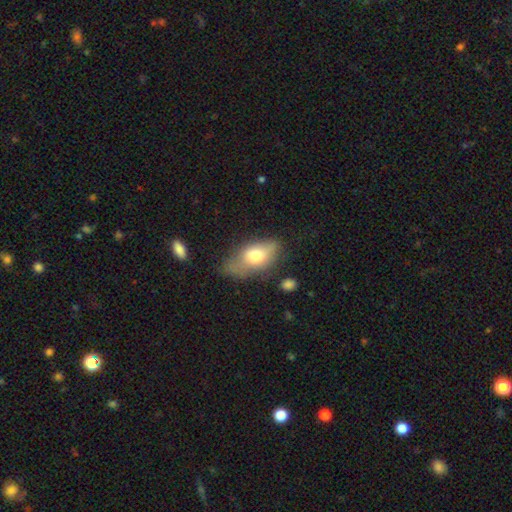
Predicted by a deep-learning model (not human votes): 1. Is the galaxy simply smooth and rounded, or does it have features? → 68% smooth, 24% featured or disk, 8% star or artifact.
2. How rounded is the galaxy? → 87% in between, 7% round, 7% cigar-shaped.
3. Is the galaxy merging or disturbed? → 40% none, 35% minor disturbance, 21% major disturbance, 4% merger.